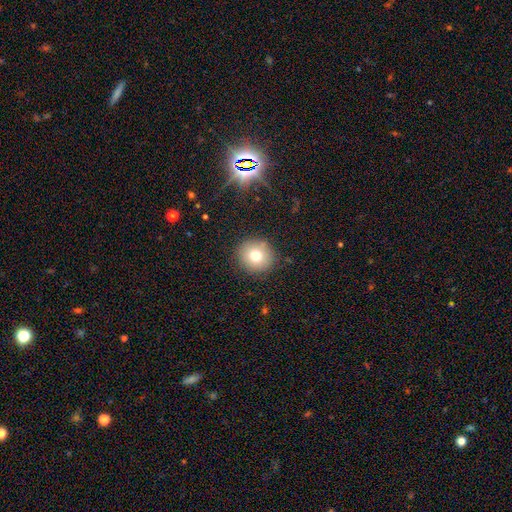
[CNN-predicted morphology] Smooth or featured? smooth (74%)
How rounded? round (93%)
Merging? none (89%)